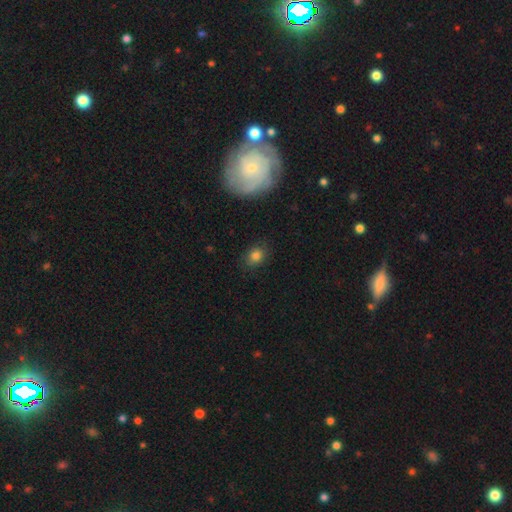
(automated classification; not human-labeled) smooth_or_featured: smooth (p=0.80) [alt: star or artifact p=0.13]
how_rounded: round (p=0.56) [alt: in between p=0.43]
merging: none (p=0.84) [alt: minor disturbance p=0.12]